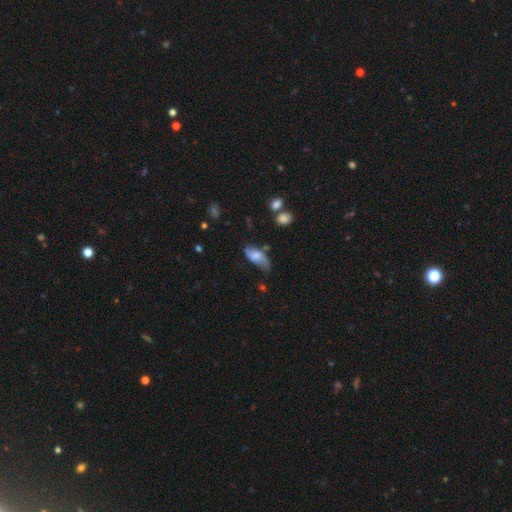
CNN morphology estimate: Smooth or featured? smooth (56%)
How rounded? in between (88%)
Merging? none (41%)